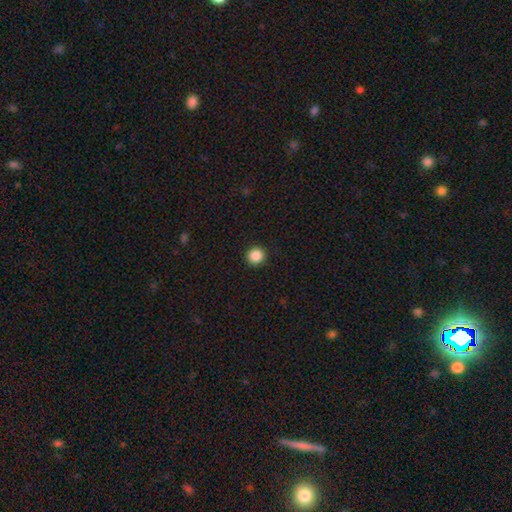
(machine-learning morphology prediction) Smooth or featured? smooth (87%)
How rounded? round (94%)
Merging? none (93%)